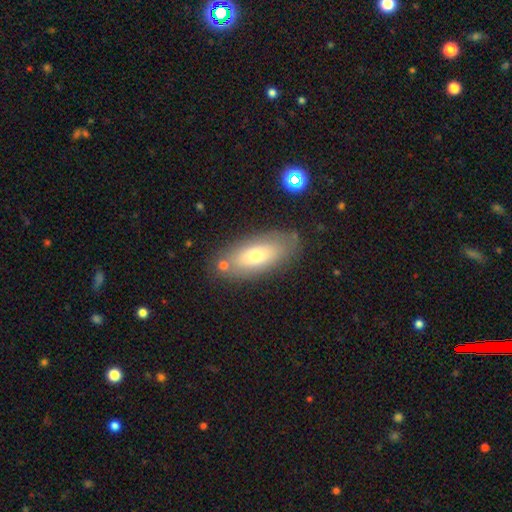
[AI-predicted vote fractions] Overall: smooth (64%; featured or disk 28%). How rounded: in between (83%). Merging: none (76%).